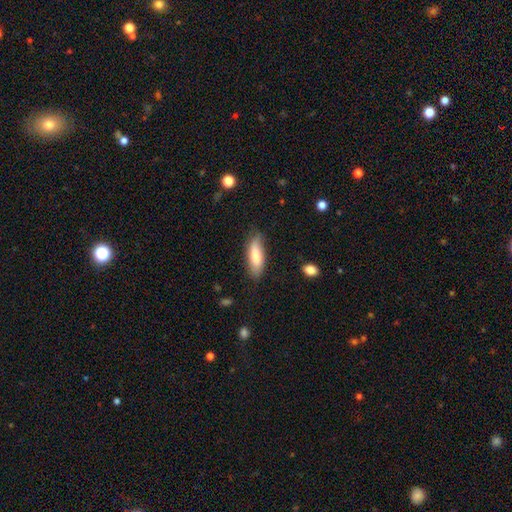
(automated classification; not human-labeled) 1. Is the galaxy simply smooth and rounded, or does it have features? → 76% smooth, 18% featured or disk, 6% star or artifact.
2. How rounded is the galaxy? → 61% in between, 37% cigar-shaped, 2% round.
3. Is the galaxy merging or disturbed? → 72% none, 22% minor disturbance, 4% major disturbance, 2% merger.